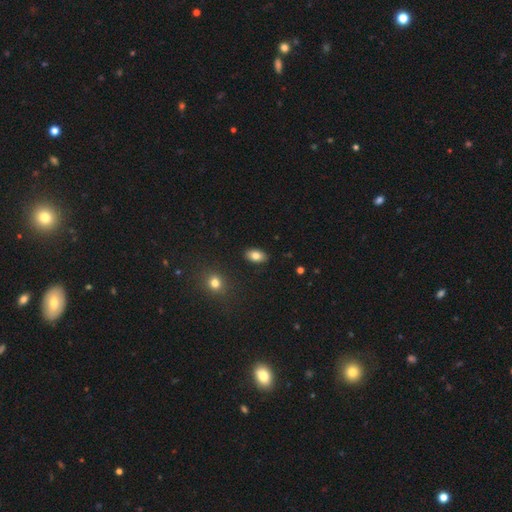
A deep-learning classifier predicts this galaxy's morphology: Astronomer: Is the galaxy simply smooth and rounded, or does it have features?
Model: smooth — 82%.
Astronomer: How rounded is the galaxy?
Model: in between — 91%.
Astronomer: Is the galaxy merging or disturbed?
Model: none — 89%.